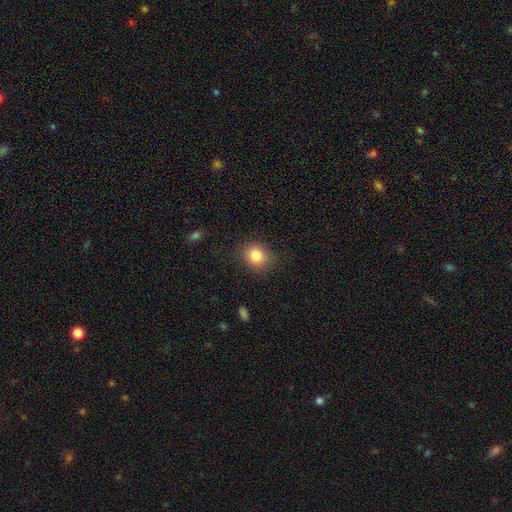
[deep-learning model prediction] The model was most divided on "how rounded": round: 76%, in between: 23%, cigar-shaped: 1%. More confident: merging — none (86%); smooth or featured — smooth (83%).